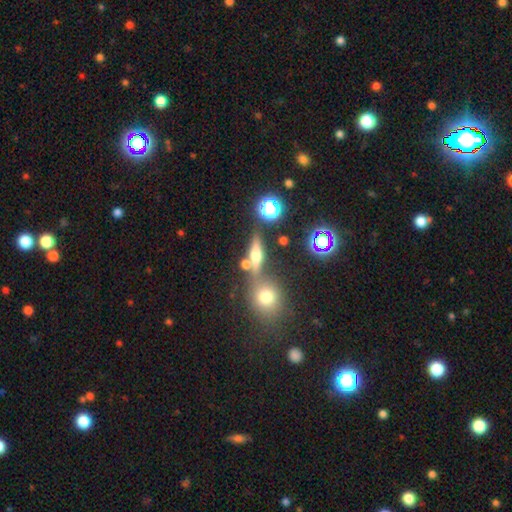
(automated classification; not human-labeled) The model was most divided on "smooth or featured": featured or disk: 47%, smooth: 36%, star or artifact: 17%. More confident: merging — none (68%).